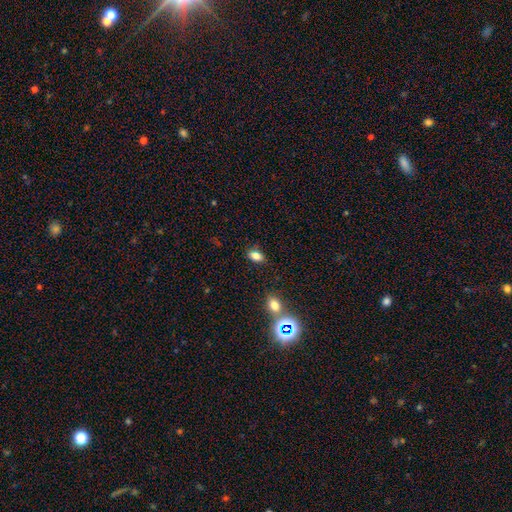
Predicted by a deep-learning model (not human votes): smooth-or-featured: smooth: 81% | star or artifact: 12% | featured or disk: 6%
  how-rounded: in between: 85% | round: 12% | cigar-shaped: 3%
  merging: none: 80% | minor disturbance: 13% | merger: 4% | major disturbance: 3%